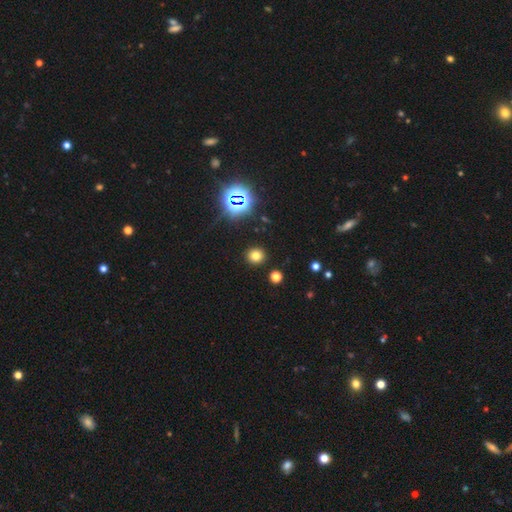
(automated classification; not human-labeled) Morphology: type=smooth (73%); roundness=round (89%); merging=none (90%).